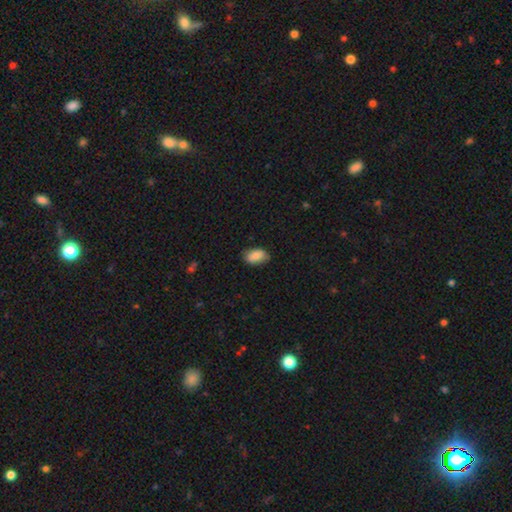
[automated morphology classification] smooth 85%, featured or disk 8%, star or artifact 7%. Down the decision tree: how rounded — in between (90%); merging — none (77%).